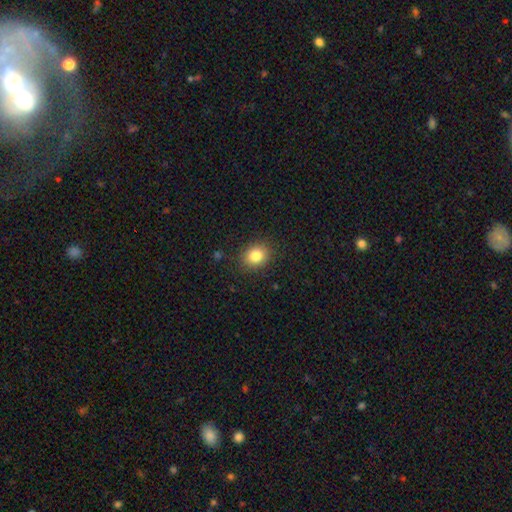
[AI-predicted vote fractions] smooth 83%, star or artifact 11%, featured or disk 7%. Down the decision tree: how rounded — round (60%); merging — none (87%).